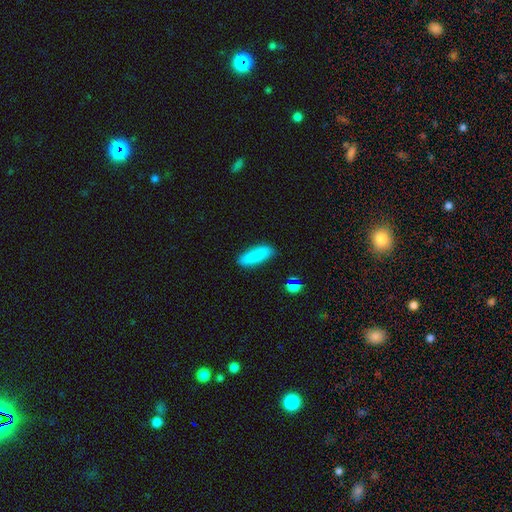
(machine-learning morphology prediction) smooth_or_featured: smooth (p=0.87) [alt: star or artifact p=0.07]
how_rounded: cigar-shaped (p=0.54) [alt: in between p=0.44]
merging: none (p=0.84) [alt: minor disturbance p=0.12]